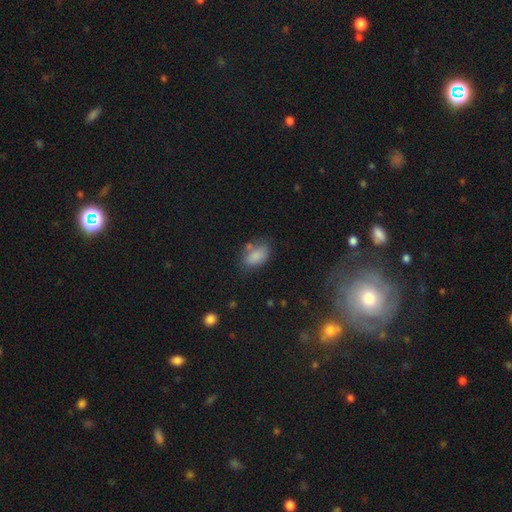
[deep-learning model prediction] This is clearly a smooth galaxy (84%). How rounded: clearly in between (89%). Merging: likely none (60%).